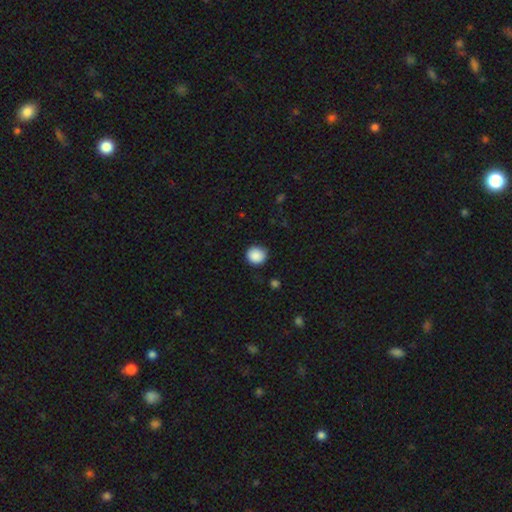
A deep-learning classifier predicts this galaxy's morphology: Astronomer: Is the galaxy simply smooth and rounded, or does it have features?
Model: smooth — 89%.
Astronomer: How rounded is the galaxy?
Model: round — 88%.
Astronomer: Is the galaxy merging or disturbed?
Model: none — 87%.